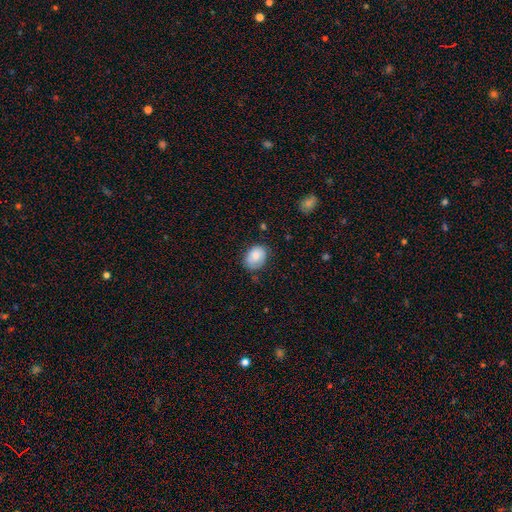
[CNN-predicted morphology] This is clearly a smooth galaxy (83%). How rounded: likely in between (68%). Merging: likely none (72%).